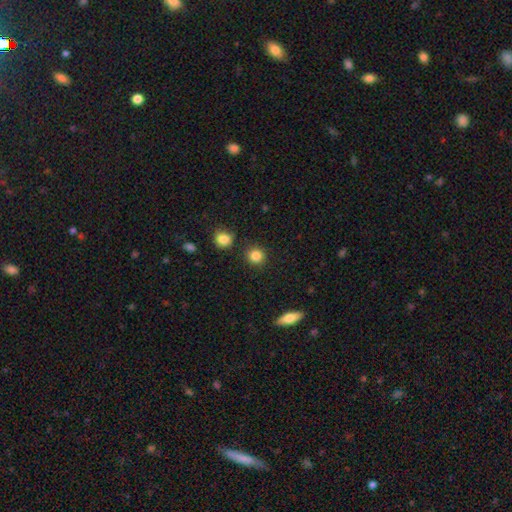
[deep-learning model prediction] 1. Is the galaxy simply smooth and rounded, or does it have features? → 85% smooth, 11% star or artifact, 4% featured or disk.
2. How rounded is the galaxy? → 91% round, 8% in between, 1% cigar-shaped.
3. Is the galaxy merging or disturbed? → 89% none, 6% minor disturbance, 3% merger, 2% major disturbance.